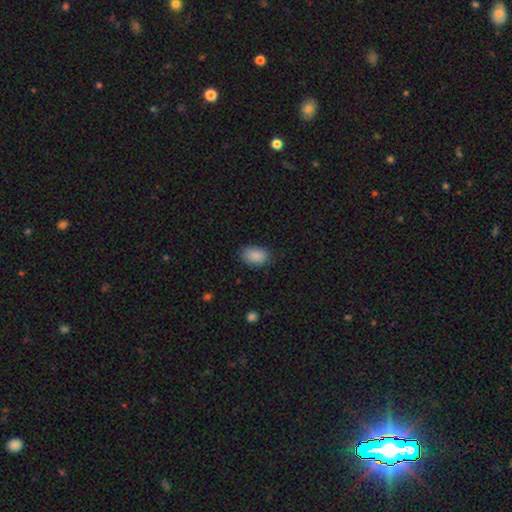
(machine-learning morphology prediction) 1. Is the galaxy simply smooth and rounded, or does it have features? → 89% smooth, 8% star or artifact, 4% featured or disk.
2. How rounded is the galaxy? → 87% in between, 11% round, 1% cigar-shaped.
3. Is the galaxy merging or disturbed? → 81% none, 15% minor disturbance, 3% major disturbance, 1% merger.